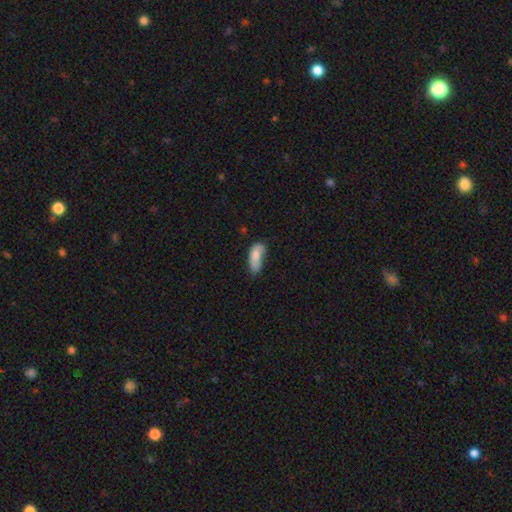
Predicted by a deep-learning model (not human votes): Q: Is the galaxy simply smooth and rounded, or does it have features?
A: smooth — 76%.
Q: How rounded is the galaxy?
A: in between — 79%.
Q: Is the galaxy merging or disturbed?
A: none — 37%, tied with minor disturbance.